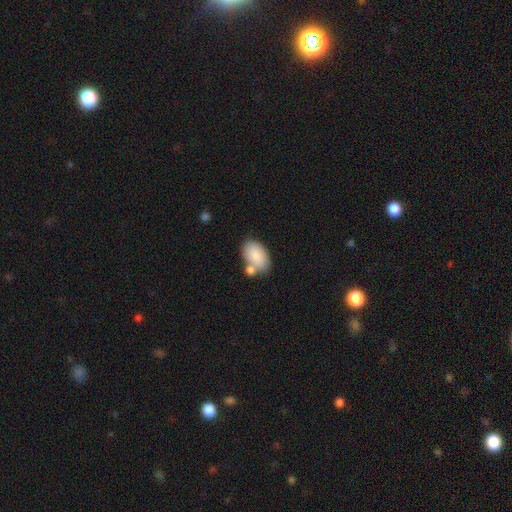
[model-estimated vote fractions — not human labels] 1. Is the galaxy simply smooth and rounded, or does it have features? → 83% smooth, 11% featured or disk, 7% star or artifact.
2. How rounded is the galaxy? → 92% in between, 7% round, 1% cigar-shaped.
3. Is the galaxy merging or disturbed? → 53% none, 26% merger, 16% minor disturbance, 5% major disturbance.